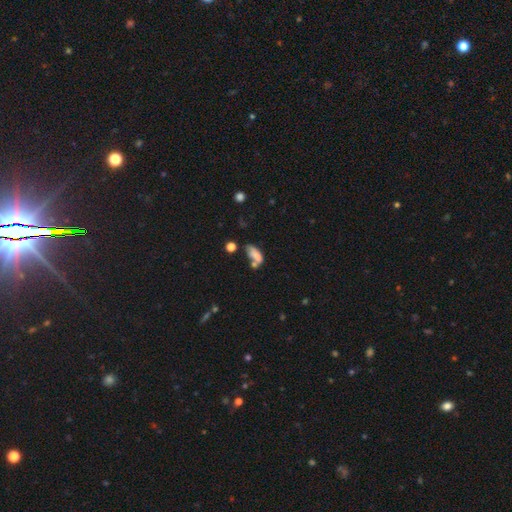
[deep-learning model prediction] Morphology: type=smooth (72%); roundness=in between (77%); merging=merger (38%).